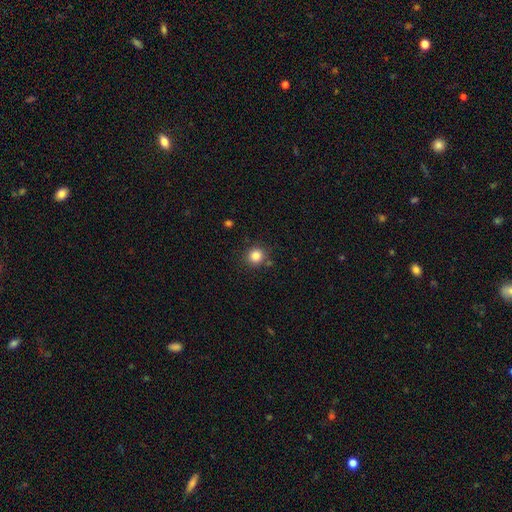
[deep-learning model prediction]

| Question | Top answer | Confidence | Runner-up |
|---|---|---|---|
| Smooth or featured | smooth | 84% | star or artifact (11%) |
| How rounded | round | 89% | in between (10%) |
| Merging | none | 83% | minor disturbance (10%) |